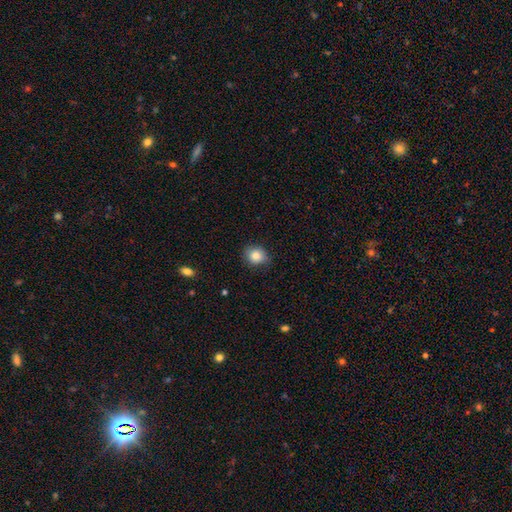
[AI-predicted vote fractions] Smooth or featured? smooth (84%)
How rounded? round (73%)
Merging? none (77%)